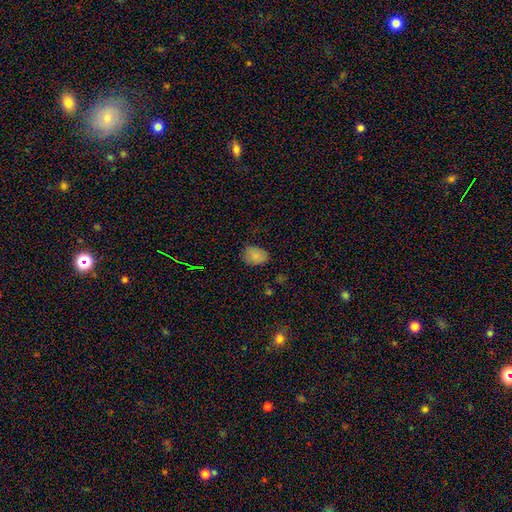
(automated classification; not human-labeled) smooth 82%, star or artifact 12%, featured or disk 6%. Down the decision tree: how rounded — in between (67%); merging — none (72%).